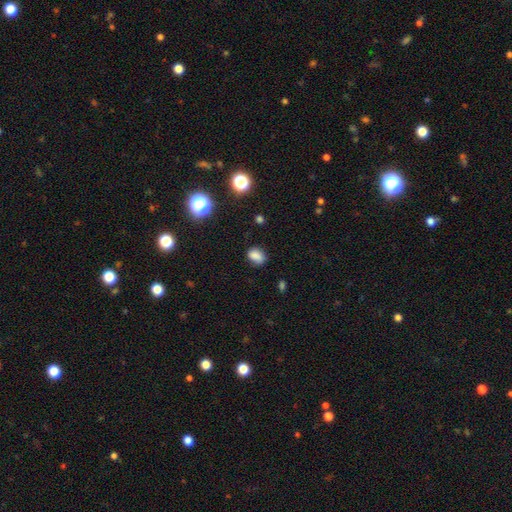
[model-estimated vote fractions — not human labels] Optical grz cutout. It shows a smooth galaxy with no disk features (83%) that is in between round and cigar-shaped (72%). Merging: none (77%).